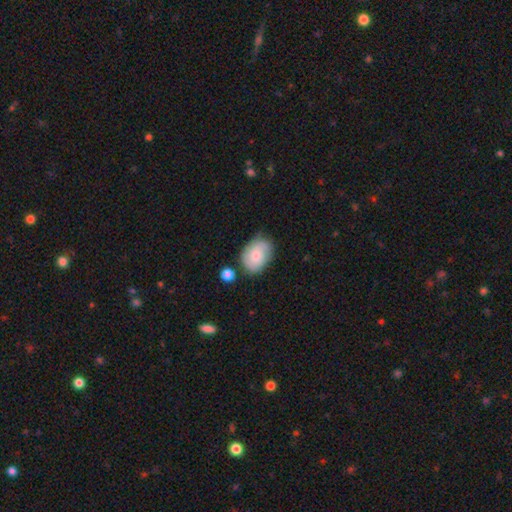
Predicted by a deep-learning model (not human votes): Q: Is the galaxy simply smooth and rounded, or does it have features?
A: smooth — 61%.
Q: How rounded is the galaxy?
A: in between — 76%.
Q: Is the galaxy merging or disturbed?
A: none — 65%.